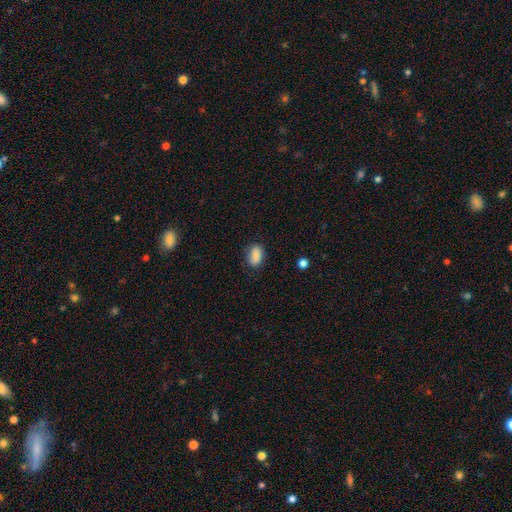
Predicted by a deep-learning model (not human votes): Overall: smooth (85%). How rounded: in between (83%). Merging: none (79%).